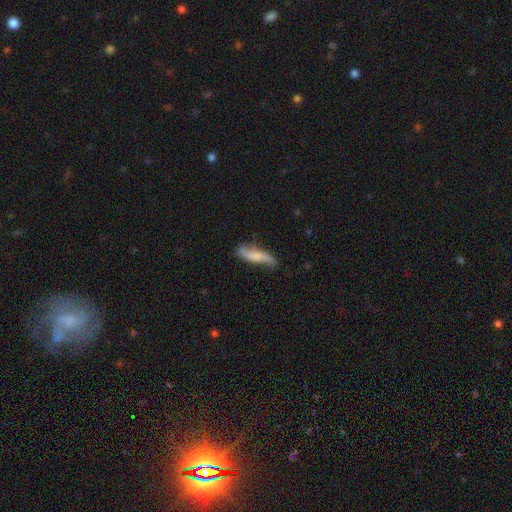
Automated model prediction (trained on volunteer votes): Smooth or featured? featured or disk (47%)
Merging? none (63%)